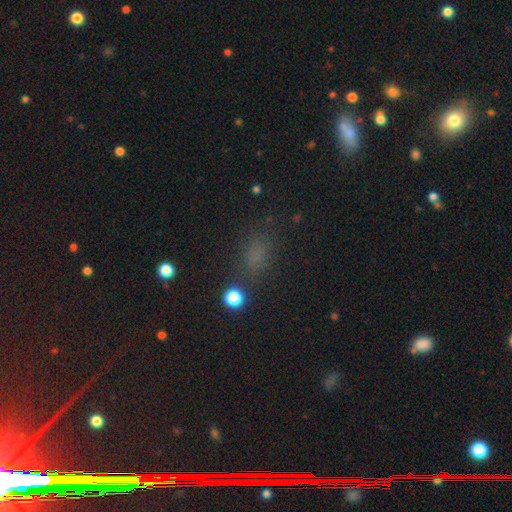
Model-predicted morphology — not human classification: Smooth or featured?
  - smooth: 66% *
  - star or artifact: 27%
  - featured or disk: 7%
How rounded?
  - in between: 72% *
  - round: 21%
  - cigar-shaped: 7%
Merging?
  - none: 75% *
  - minor disturbance: 14%
  - major disturbance: 7%
  - merger: 4%